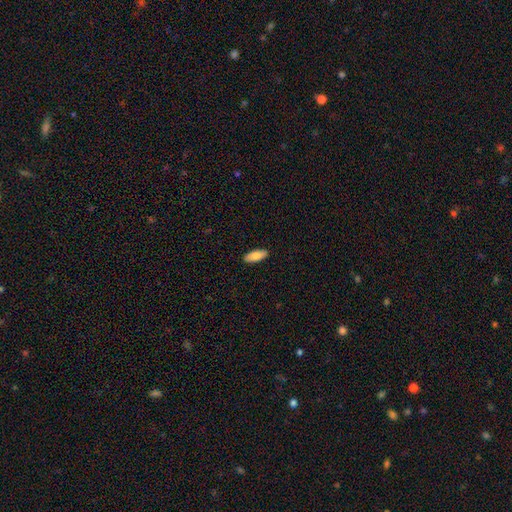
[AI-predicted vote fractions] Smooth or featured? Predicted: smooth (p=0.82). How rounded? Predicted: in between (p=0.79). Merging? Predicted: none (p=0.90).